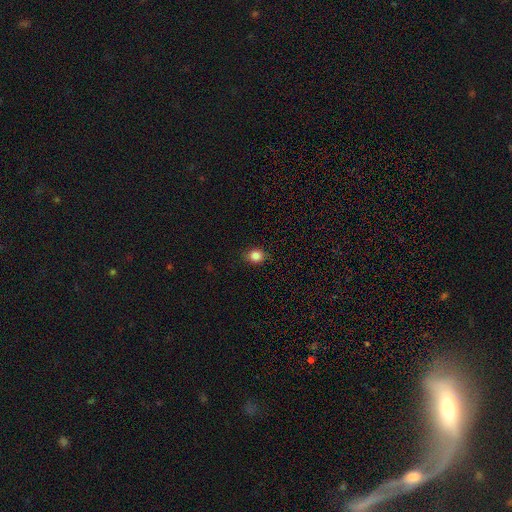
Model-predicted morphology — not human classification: The model was most divided on "how rounded": round: 69%, in between: 30%, cigar-shaped: 1%. More confident: merging — none (87%); smooth or featured — smooth (85%).